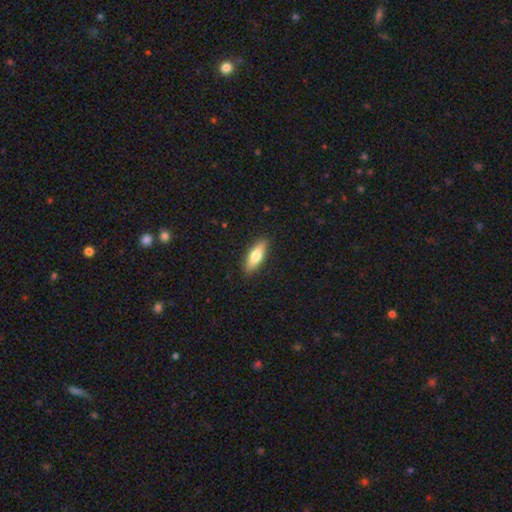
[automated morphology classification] smooth 72%, featured or disk 22%, star or artifact 6%. Down the decision tree: how rounded — in between (56%); merging — none (89%).